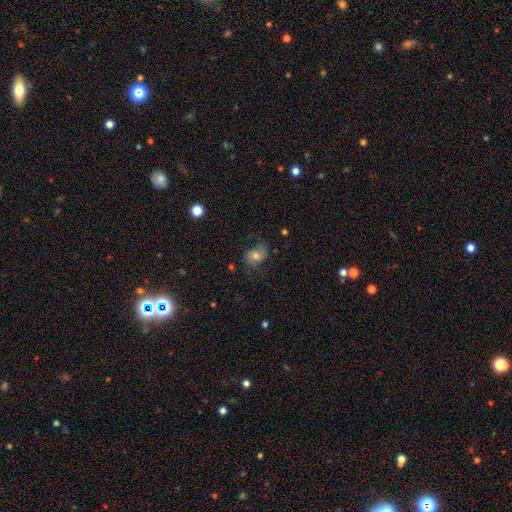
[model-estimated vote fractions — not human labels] This appears to be a smooth galaxy with no disk features (54%) that is in between round and cigar-shaped (64%). Merging: none (62%).